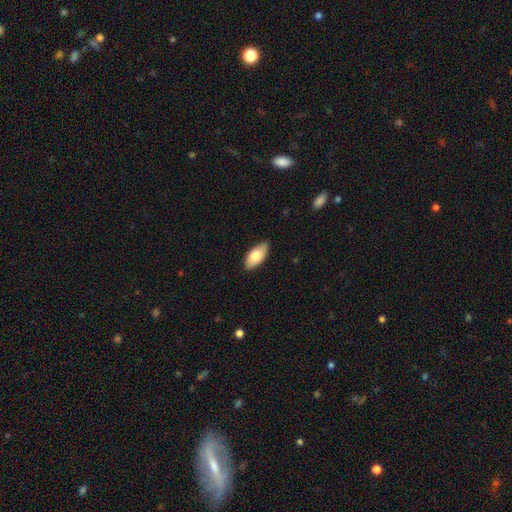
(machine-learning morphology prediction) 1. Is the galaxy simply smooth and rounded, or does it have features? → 80% smooth, 14% featured or disk, 6% star or artifact.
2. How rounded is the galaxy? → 92% in between, 6% cigar-shaped, 2% round.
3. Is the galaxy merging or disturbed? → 87% none, 10% minor disturbance, 2% major disturbance, 1% merger.